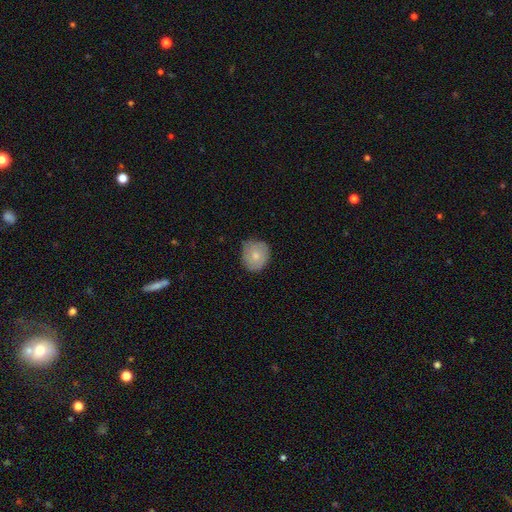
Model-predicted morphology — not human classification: smooth-or-featured: smooth: 72% | featured or disk: 21% | star or artifact: 6%
  how-rounded: round: 81% | in between: 18% | cigar-shaped: 1%
  merging: none: 73% | minor disturbance: 22% | major disturbance: 4% | merger: 1%